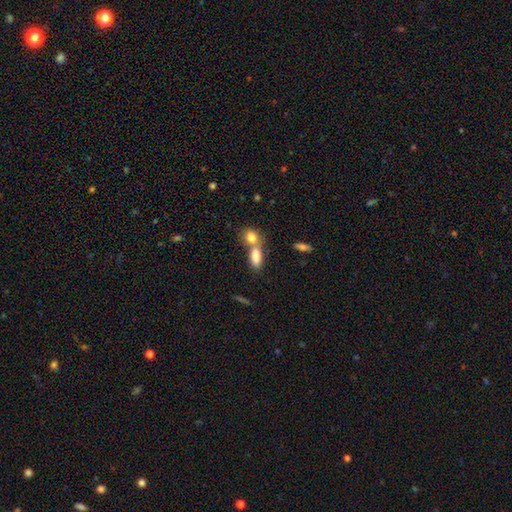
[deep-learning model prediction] The model was most divided on "merging": merger: 53%, none: 35%, minor disturbance: 8%, major disturbance: 4%. More confident: smooth or featured — smooth (82%); how rounded — in between (79%).